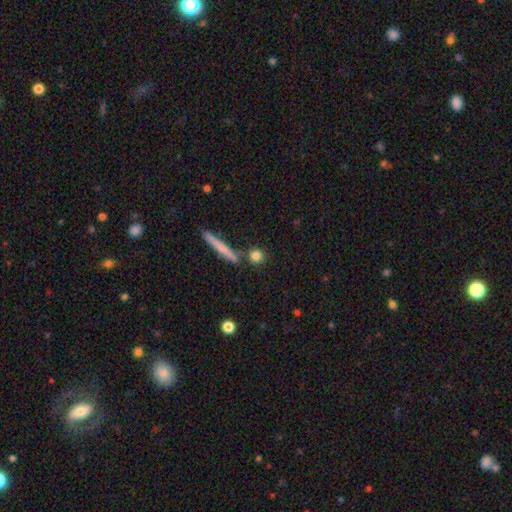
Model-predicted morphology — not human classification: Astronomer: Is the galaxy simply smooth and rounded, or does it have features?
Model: smooth — 81%.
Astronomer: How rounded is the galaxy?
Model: round — 77%.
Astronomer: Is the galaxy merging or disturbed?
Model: none — 80%.